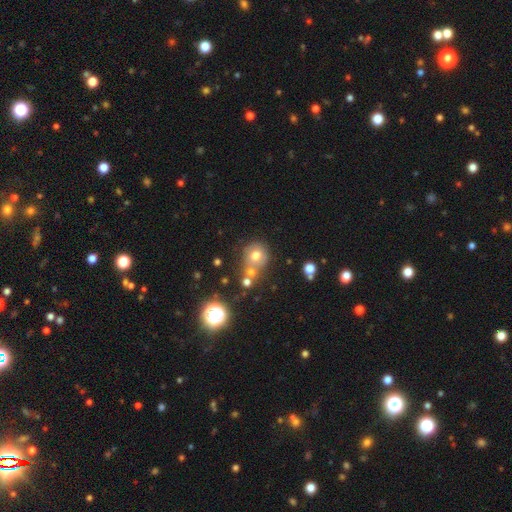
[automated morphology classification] A smooth galaxy with no disk features (63%) that is round (78%).

Vote fractions:
- Smooth or featured? smooth: 63% / featured or disk: 21% / star or artifact: 16%
- How rounded? round: 78% / in between: 21% / cigar-shaped: 1%
- Merging? none: 44% / merger: 33% / minor disturbance: 15% / major disturbance: 8%